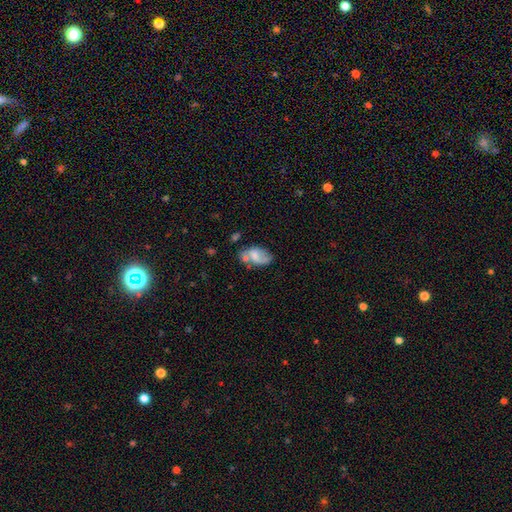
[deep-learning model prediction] This appears to be a smooth galaxy with no disk features (53%) that is in between round and cigar-shaped (91%). Merging: none (45%).